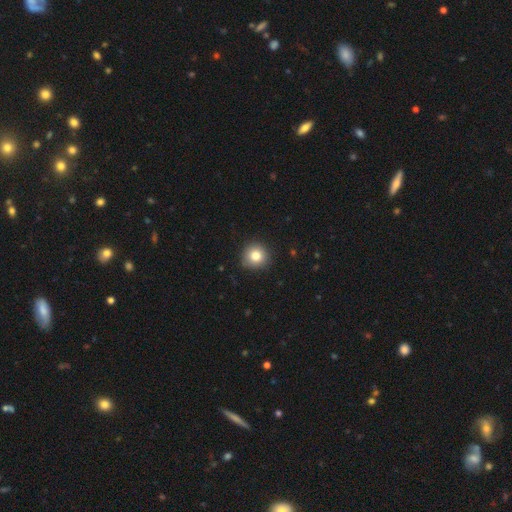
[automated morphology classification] Smooth or featured? Predicted: smooth (p=0.82). How rounded? Predicted: round (p=0.92). Merging? Predicted: none (p=0.89).